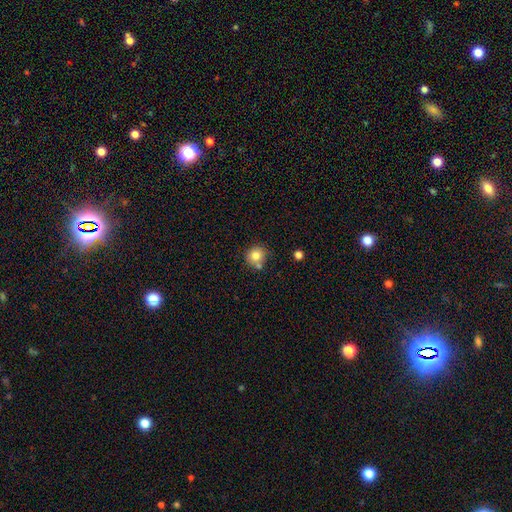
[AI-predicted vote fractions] Q: Smooth or featured?
A: smooth (80%); runner-up: star or artifact (11%)
Q: How rounded?
A: round (87%); runner-up: in between (13%)
Q: Merging?
A: none (66%); runner-up: merger (18%)